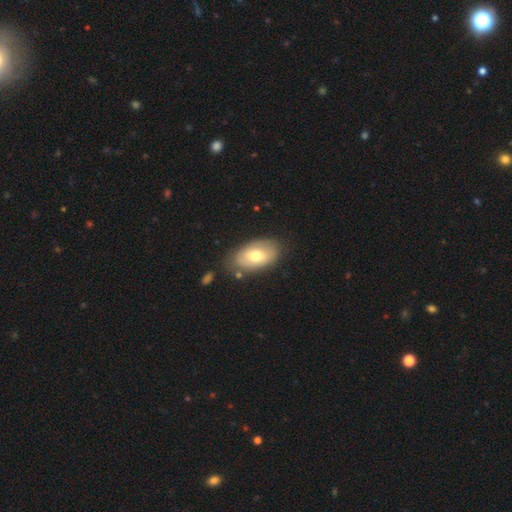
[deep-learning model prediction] Smooth or featured?
  - smooth: 63% *
  - featured or disk: 31%
  - star or artifact: 6%
How rounded?
  - in between: 92% *
  - round: 6%
  - cigar-shaped: 1%
Merging?
  - none: 76% *
  - minor disturbance: 16%
  - major disturbance: 4%
  - merger: 4%